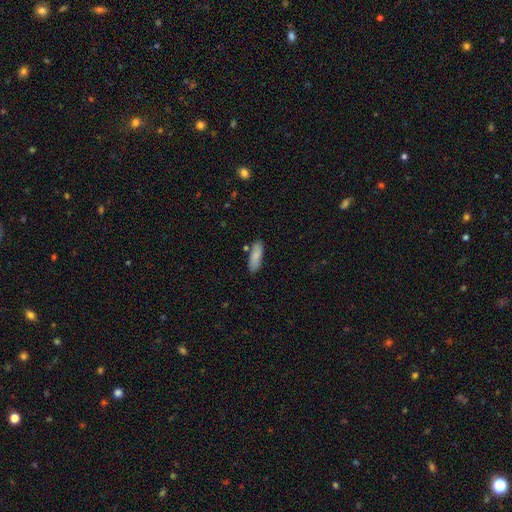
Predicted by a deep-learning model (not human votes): This appears to be a smooth galaxy with no disk features (84%) that is in between round and cigar-shaped (60%). Merging: none (81%).